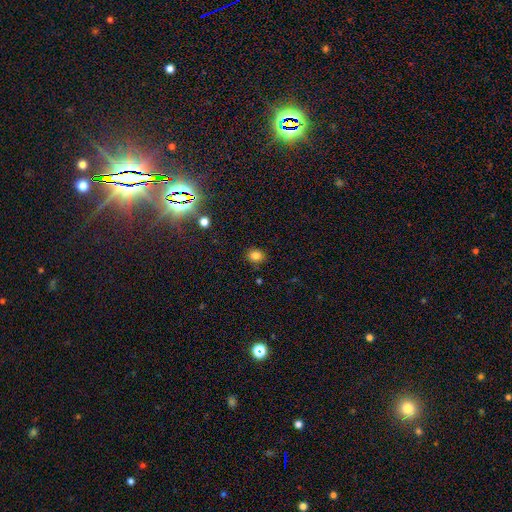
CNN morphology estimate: This appears to be a smooth galaxy with no disk features (81%) that is round (66%). Merging: none (86%).